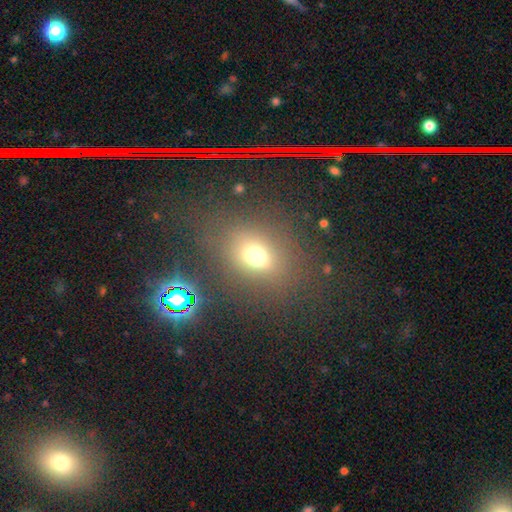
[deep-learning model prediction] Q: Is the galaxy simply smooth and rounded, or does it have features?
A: smooth — 67%.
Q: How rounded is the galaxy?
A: round — 51%.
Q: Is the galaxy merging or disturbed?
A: none — 74%.